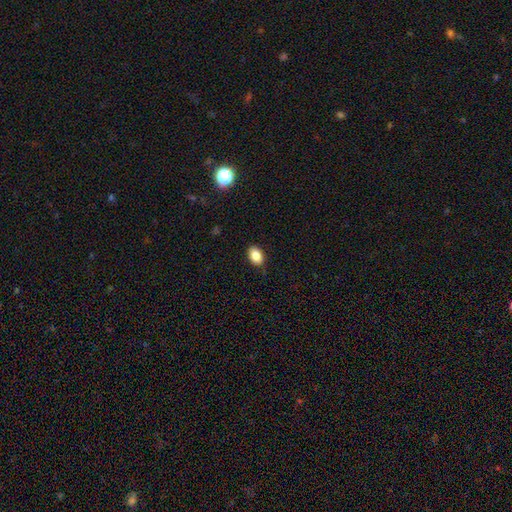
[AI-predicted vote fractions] Smooth or featured? smooth (86%)
How rounded? in between (84%)
Merging? none (85%)